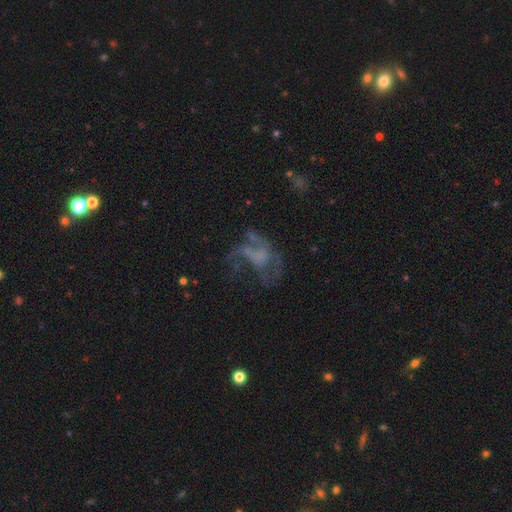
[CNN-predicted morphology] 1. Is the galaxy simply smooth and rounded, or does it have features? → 58% featured or disk, 21% smooth, 21% star or artifact.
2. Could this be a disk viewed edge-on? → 97% no, 3% yes.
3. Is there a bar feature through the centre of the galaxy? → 79% no, 17% weak, 4% strong.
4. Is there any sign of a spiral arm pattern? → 64% no, 36% yes.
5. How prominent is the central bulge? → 68% none, 13% small, 13% moderate, 5% large, 2% dominant.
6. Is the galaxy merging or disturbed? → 48% major disturbance, 31% none, 14% minor disturbance, 7% merger.